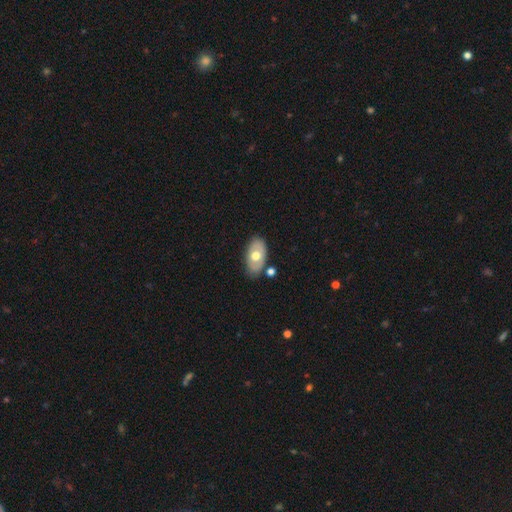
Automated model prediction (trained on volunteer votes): Overall: smooth (53%; featured or disk 41%). How rounded: in between (91%). Merging: none (75%).